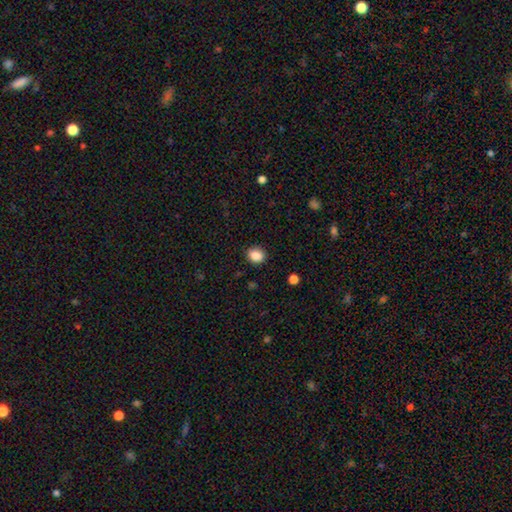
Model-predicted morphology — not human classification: The model was most divided on "how rounded": round: 63%, in between: 36%, cigar-shaped: 1%. More confident: merging — none (89%); smooth or featured — smooth (86%).